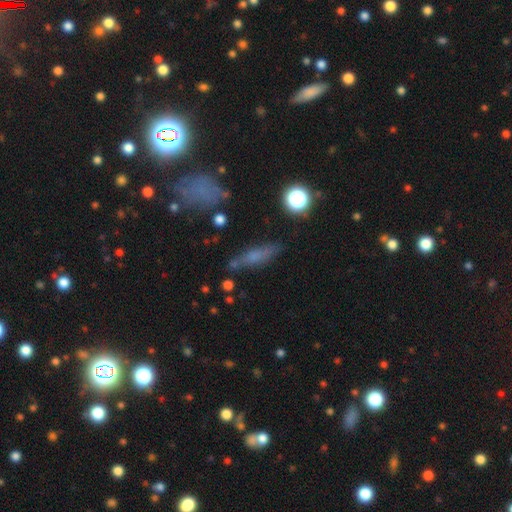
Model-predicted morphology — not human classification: smooth_or_featured: smooth (p=0.57) [alt: featured or disk p=0.28]
how_rounded: cigar-shaped (p=0.63) [alt: in between p=0.30]
merging: none (p=0.68) [alt: minor disturbance p=0.19]